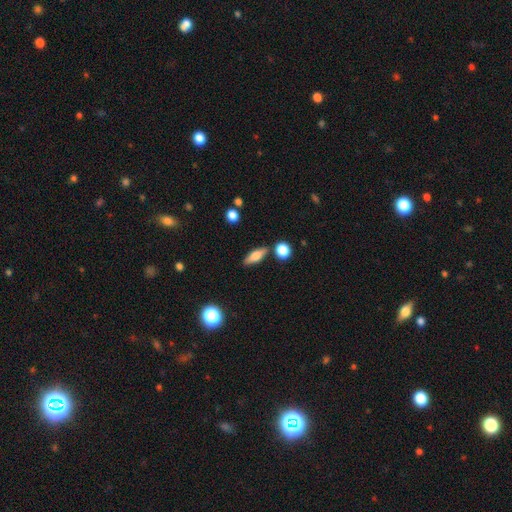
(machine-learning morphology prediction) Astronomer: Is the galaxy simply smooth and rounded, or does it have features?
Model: smooth — 61%.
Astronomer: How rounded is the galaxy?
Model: in between — 55% (runner-up: cigar-shaped, 40%).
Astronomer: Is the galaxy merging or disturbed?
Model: none — 80%.